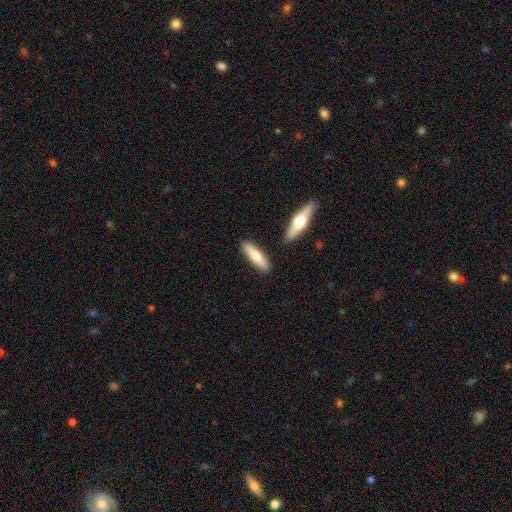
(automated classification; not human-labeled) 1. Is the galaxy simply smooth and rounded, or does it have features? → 66% smooth, 29% featured or disk, 5% star or artifact.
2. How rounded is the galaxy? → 65% cigar-shaped, 33% in between, 2% round.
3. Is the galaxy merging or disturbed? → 83% none, 9% minor disturbance, 6% merger, 2% major disturbance.